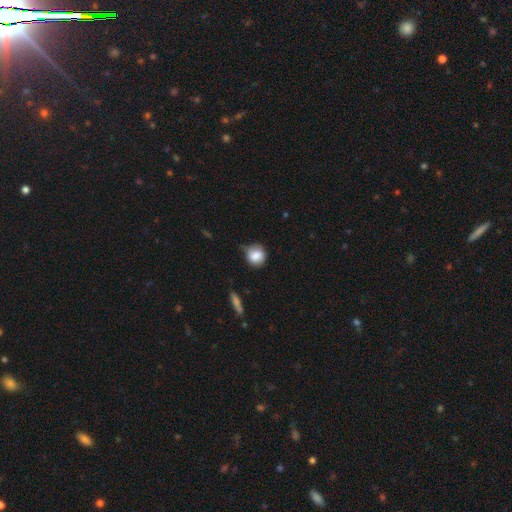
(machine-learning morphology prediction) type=smooth (83%); roundness=round (82%); merging=none (47%).